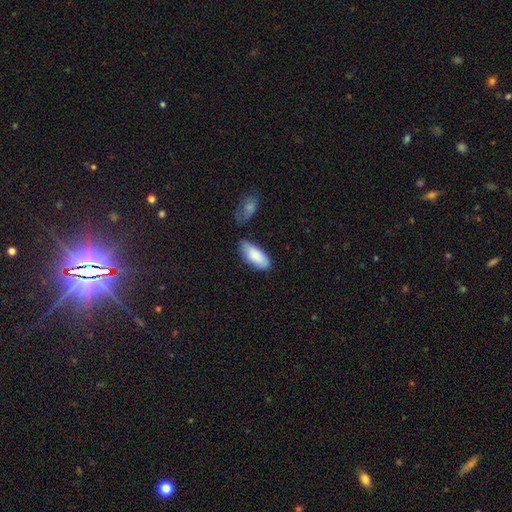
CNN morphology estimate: Q: Smooth or featured?
A: smooth (84%); runner-up: featured or disk (10%)
Q: How rounded?
A: in between (84%); runner-up: cigar-shaped (14%)
Q: Merging?
A: none (65%); runner-up: minor disturbance (22%)